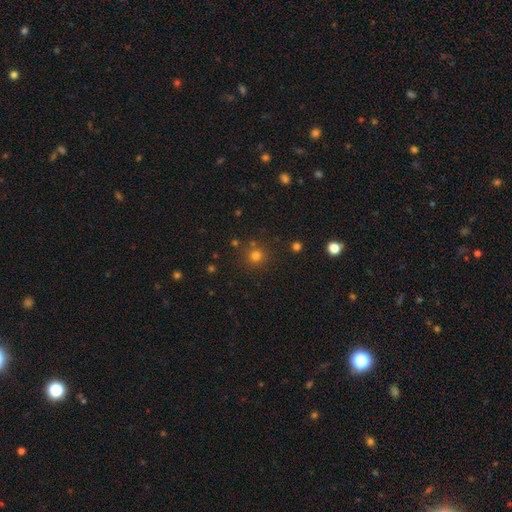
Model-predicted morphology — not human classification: This is likely a smooth galaxy (76%). How rounded: clearly round (93%). Merging: clearly none (84%).